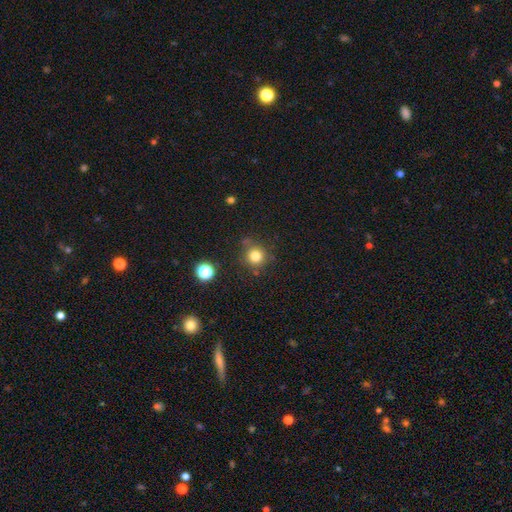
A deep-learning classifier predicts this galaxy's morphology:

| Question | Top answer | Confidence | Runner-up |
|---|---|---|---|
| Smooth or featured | smooth | 80% | star or artifact (13%) |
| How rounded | round | 92% | in between (7%) |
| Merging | none | 77% | minor disturbance (13%) |